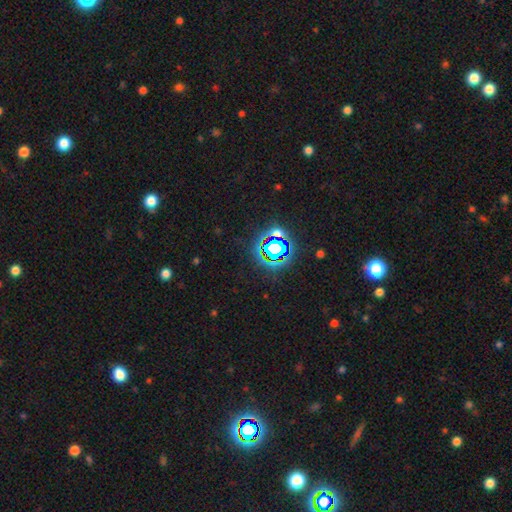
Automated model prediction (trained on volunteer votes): Overall: star or artifact (79%).